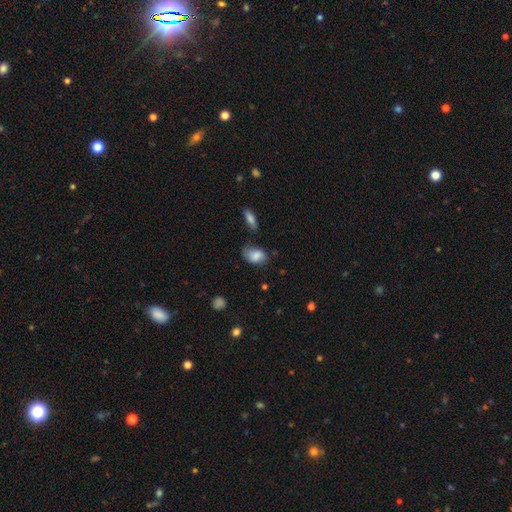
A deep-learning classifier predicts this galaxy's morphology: This is clearly a smooth galaxy (81%). How rounded: clearly in between (84%). Merging: possibly none (55%).